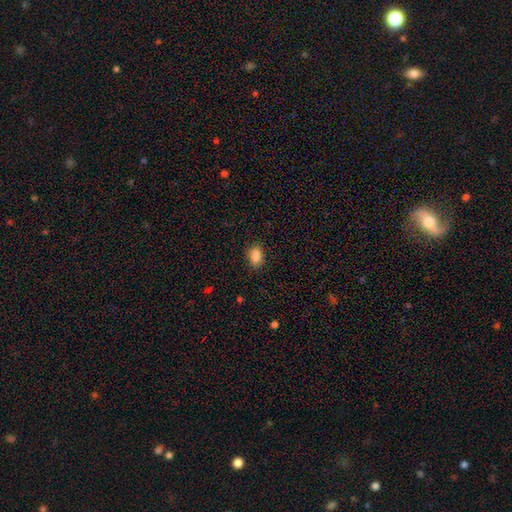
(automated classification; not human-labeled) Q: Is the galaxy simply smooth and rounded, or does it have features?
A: smooth — 87%.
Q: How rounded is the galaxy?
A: in between — 86%.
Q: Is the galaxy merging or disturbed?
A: none — 87%.